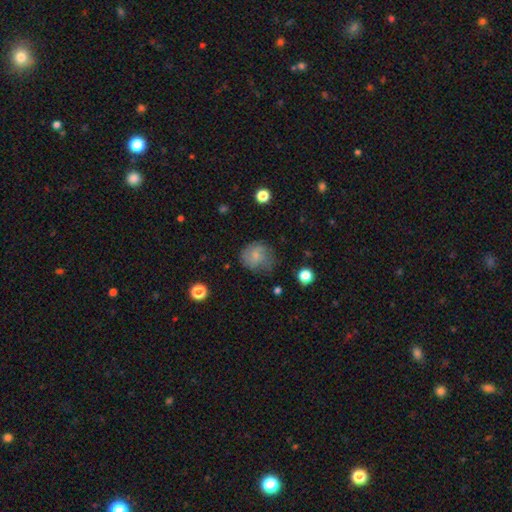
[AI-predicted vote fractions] Overall: smooth (62%; featured or disk 28%). How rounded: round (80%). Merging: none (58%; minor disturbance 27%).